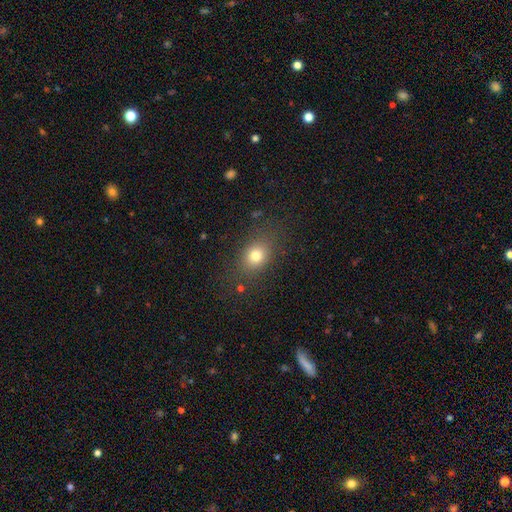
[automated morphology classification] Smooth or featured?
  - smooth: 77% *
  - star or artifact: 13%
  - featured or disk: 10%
How rounded?
  - in between: 54% *
  - round: 45%
  - cigar-shaped: 2%
Merging?
  - none: 78% *
  - minor disturbance: 13%
  - major disturbance: 7%
  - merger: 2%